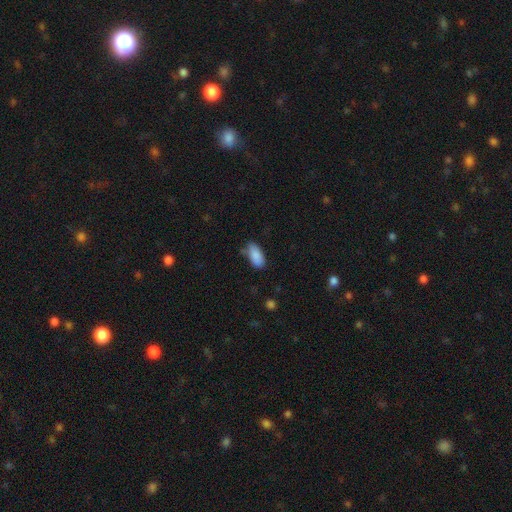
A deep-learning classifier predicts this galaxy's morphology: This is clearly a smooth galaxy (88%). How rounded: clearly in between (92%). Merging: likely none (68%).